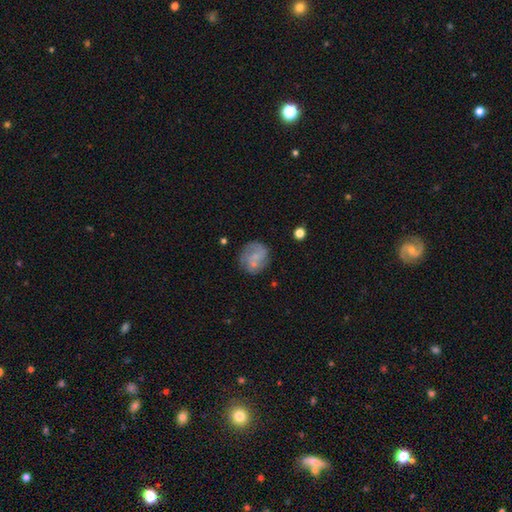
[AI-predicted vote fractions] smooth 48%, featured or disk 43%, star or artifact 9%. Down the decision tree: merging — none (62%).